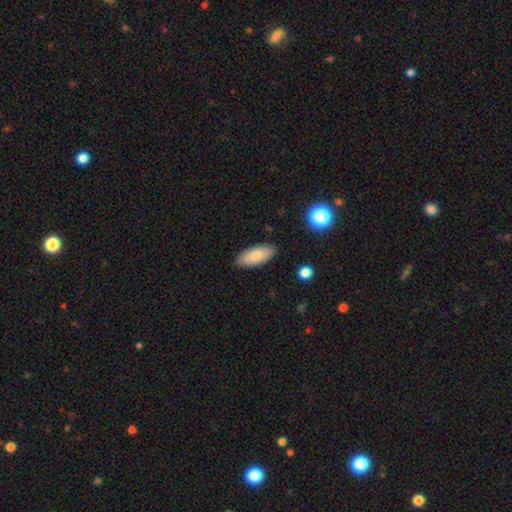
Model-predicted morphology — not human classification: Overall: smooth (86%). How rounded: in between (85%). Merging: none (87%).